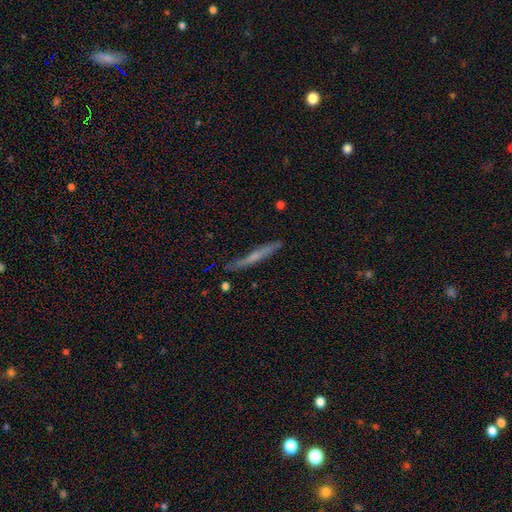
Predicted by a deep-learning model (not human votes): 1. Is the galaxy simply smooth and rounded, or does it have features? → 47% smooth, 46% featured or disk, 8% star or artifact.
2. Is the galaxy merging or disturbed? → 78% none, 16% minor disturbance, 3% major disturbance, 2% merger.